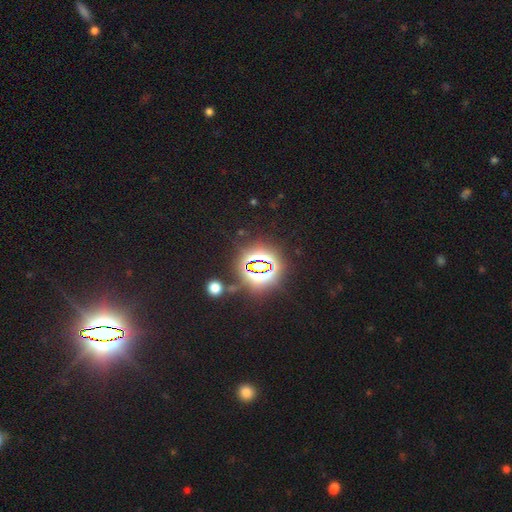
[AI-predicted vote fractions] The model was most divided on "smooth or featured": star or artifact: 83%, smooth: 11%, featured or disk: 6%.